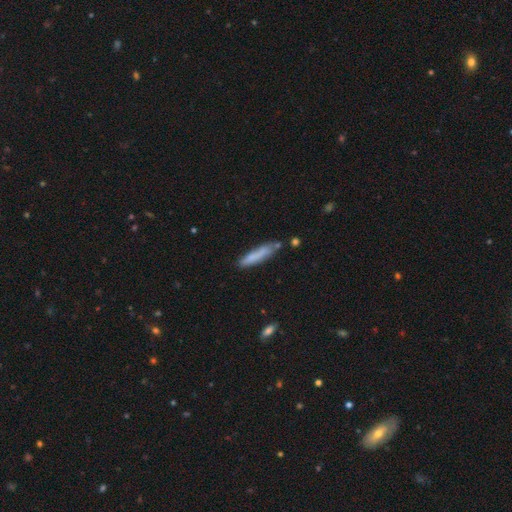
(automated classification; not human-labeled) A smooth galaxy with no disk features (74%) that is cigar-shaped (87%).

Vote fractions:
- Smooth or featured? smooth: 74% / featured or disk: 19% / star or artifact: 7%
- How rounded? cigar-shaped: 87% / in between: 12% / round: 1%
- Merging? none: 69% / minor disturbance: 20% / merger: 7% / major disturbance: 4%